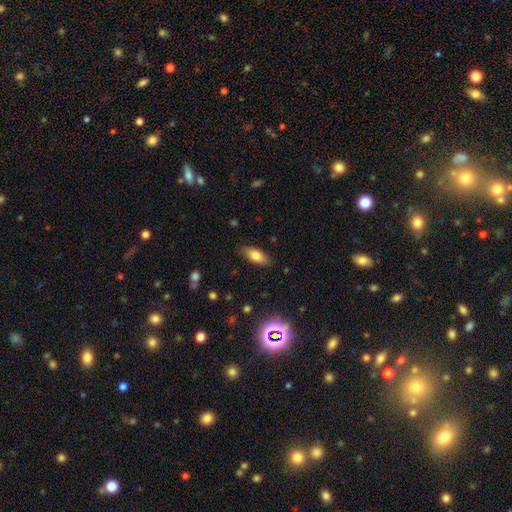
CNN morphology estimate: Smooth or featured? smooth (78%)
How rounded? in between (84%)
Merging? none (85%)